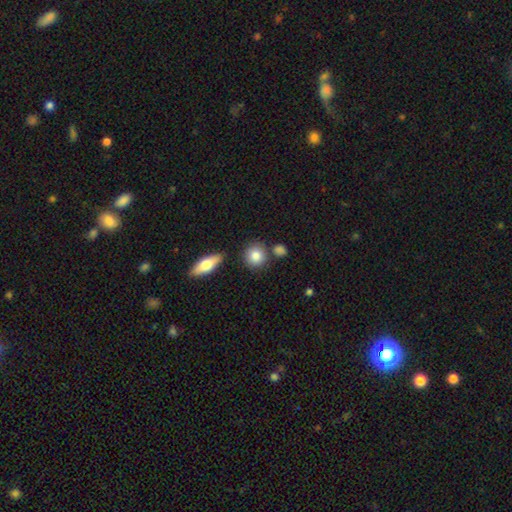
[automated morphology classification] Smooth or featured?
  - smooth: 84% *
  - featured or disk: 8%
  - star or artifact: 8%
How rounded?
  - round: 83% *
  - in between: 15%
  - cigar-shaped: 2%
Merging?
  - none: 79% *
  - minor disturbance: 10%
  - merger: 9%
  - major disturbance: 3%